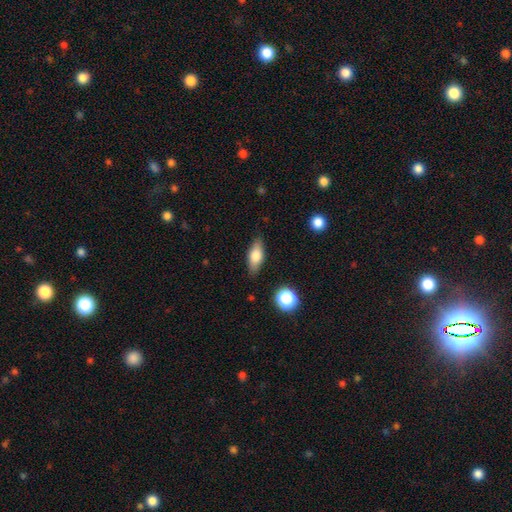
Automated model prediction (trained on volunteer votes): Smooth or featured?
  - smooth: 70% *
  - featured or disk: 23%
  - star or artifact: 8%
How rounded?
  - in between: 75% *
  - cigar-shaped: 20%
  - round: 5%
Merging?
  - none: 84% *
  - minor disturbance: 12%
  - major disturbance: 3%
  - merger: 2%